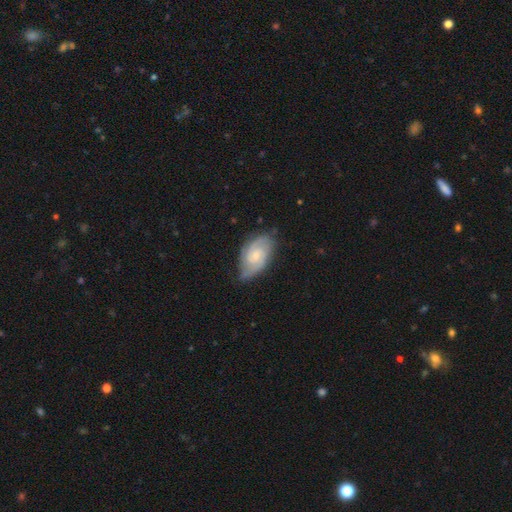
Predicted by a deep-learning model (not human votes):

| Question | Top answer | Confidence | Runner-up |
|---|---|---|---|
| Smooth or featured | featured or disk | 80% | smooth (15%) |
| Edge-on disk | no | 97% | yes (3%) |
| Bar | no | 59% | weak (36%) |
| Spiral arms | yes | 96% | no (4%) |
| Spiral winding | tight | 51% | medium (41%) |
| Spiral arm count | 2 | 67% | can't tell (13%) |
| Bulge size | small | 56% | moderate (35%) |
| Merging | none | 71% | minor disturbance (23%) |